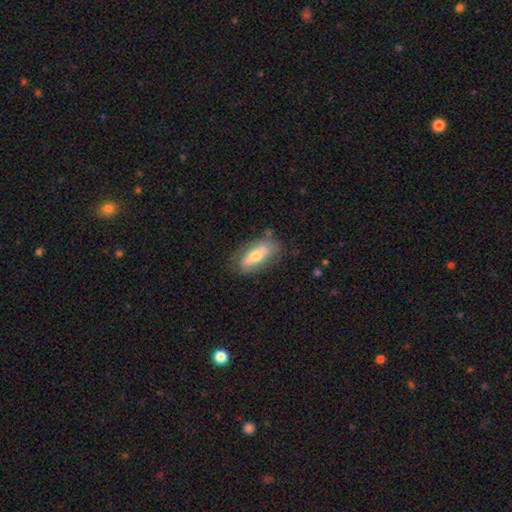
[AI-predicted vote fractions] Smooth or featured? Predicted: smooth (p=0.60). How rounded? Predicted: in between (p=0.82). Merging? Predicted: none (p=0.71).